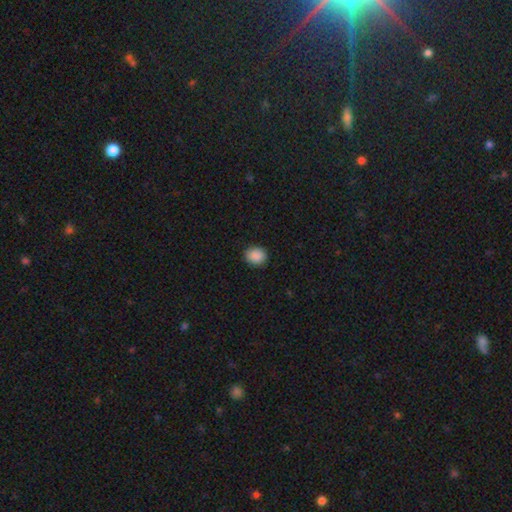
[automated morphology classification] The model was most divided on "how rounded": round: 74%, in between: 25%, cigar-shaped: 1%. More confident: merging — none (90%); smooth or featured — smooth (89%).